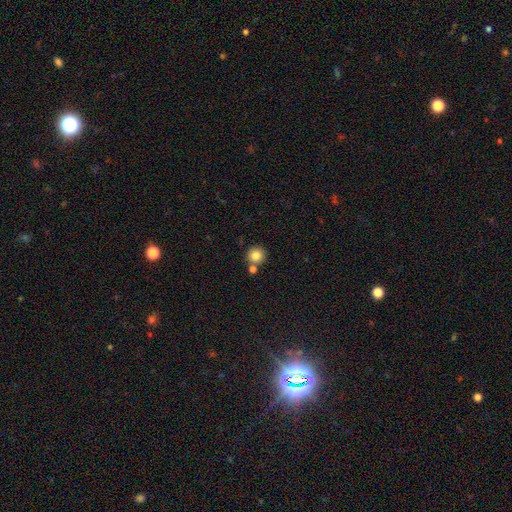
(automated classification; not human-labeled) A smooth galaxy with no disk features (82%) that is round (94%). Merging: none (73%).